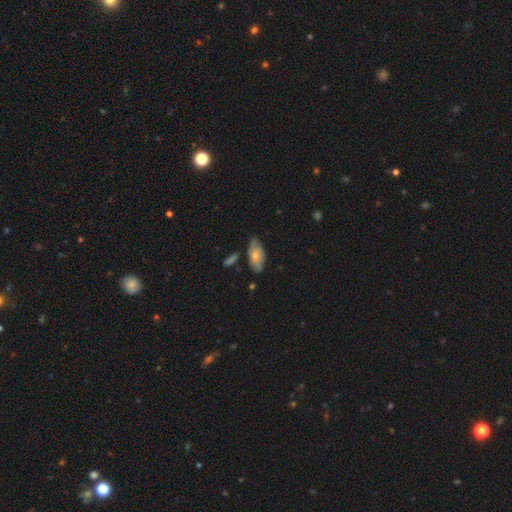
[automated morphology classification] type=smooth (61%); roundness=in between (90%); merging=none (65%).